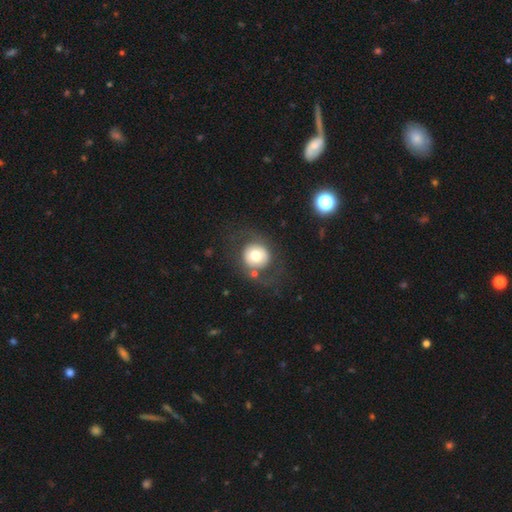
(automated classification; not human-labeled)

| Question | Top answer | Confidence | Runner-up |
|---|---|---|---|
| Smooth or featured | smooth | 61% | featured or disk (30%) |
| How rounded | round | 88% | in between (11%) |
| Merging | none | 71% | major disturbance (13%) |